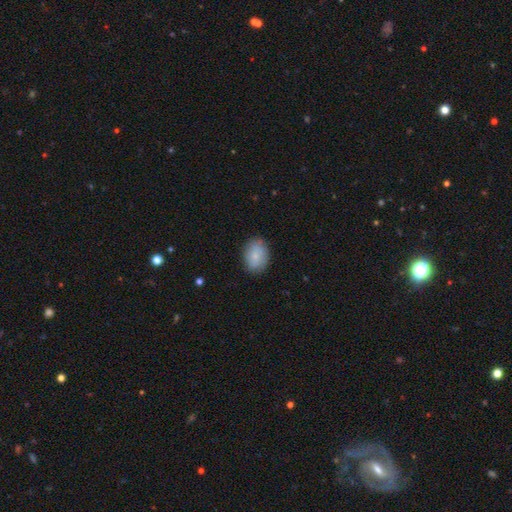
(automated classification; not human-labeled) The model was most divided on "how rounded": in between: 75%, round: 24%, cigar-shaped: 1%. More confident: merging — none (82%); smooth or featured — smooth (80%).